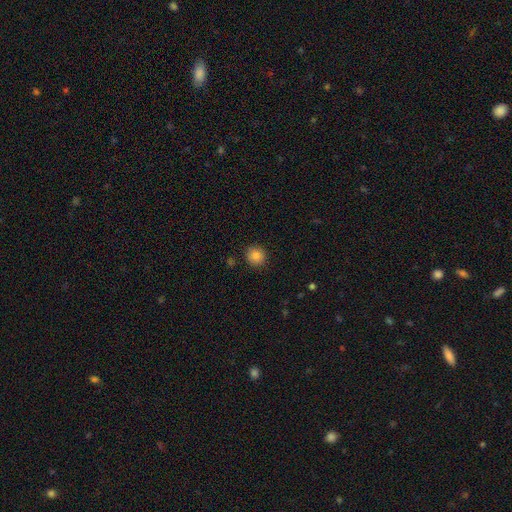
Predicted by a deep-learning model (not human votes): Smooth or featured? smooth (84%)
How rounded? round (92%)
Merging? none (90%)